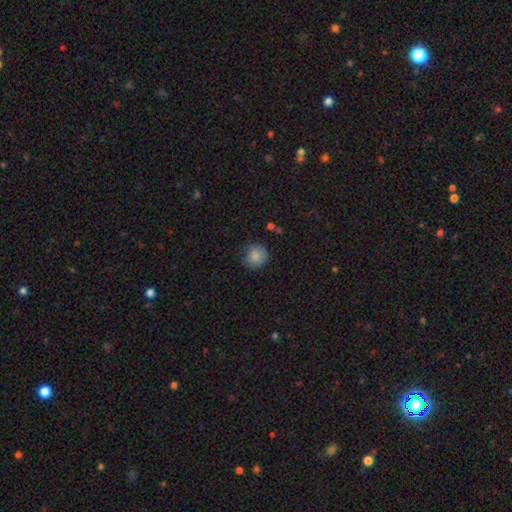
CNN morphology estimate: A smooth galaxy with no disk features (86%) that is round (88%). Merging: none (77%).